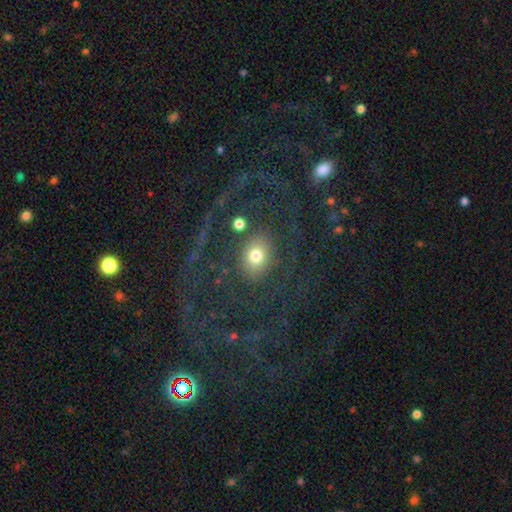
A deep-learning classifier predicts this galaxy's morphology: smooth-or-featured: smooth: 47% | featured or disk: 32% | star or artifact: 21%
  merging: none: 67% | major disturbance: 14% | minor disturbance: 14% | merger: 5%